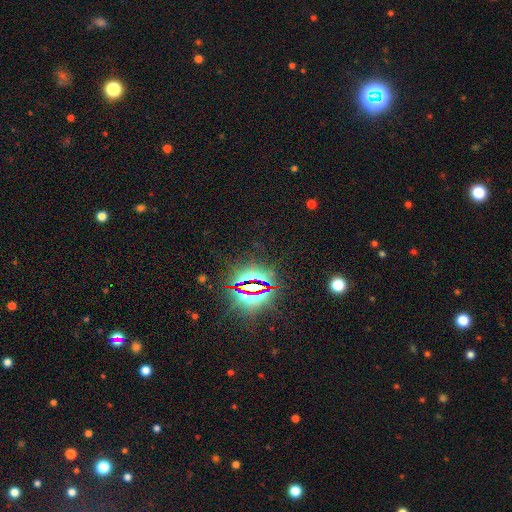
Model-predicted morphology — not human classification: Overall: star or artifact (85%).